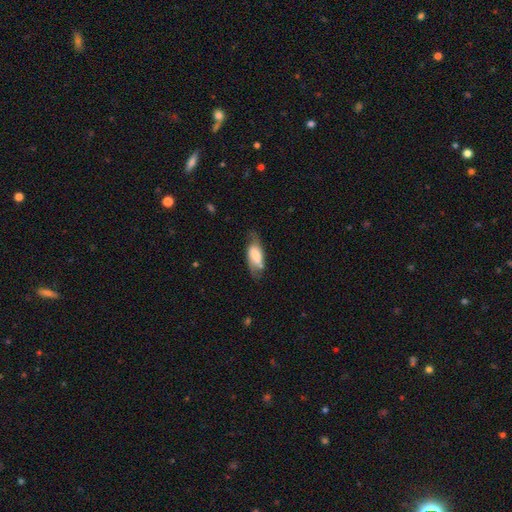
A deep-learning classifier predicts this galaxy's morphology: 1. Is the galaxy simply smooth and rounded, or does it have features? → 62% smooth, 31% featured or disk, 7% star or artifact.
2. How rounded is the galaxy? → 83% in between, 14% cigar-shaped, 3% round.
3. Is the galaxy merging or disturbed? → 56% none, 28% minor disturbance, 11% major disturbance, 4% merger.